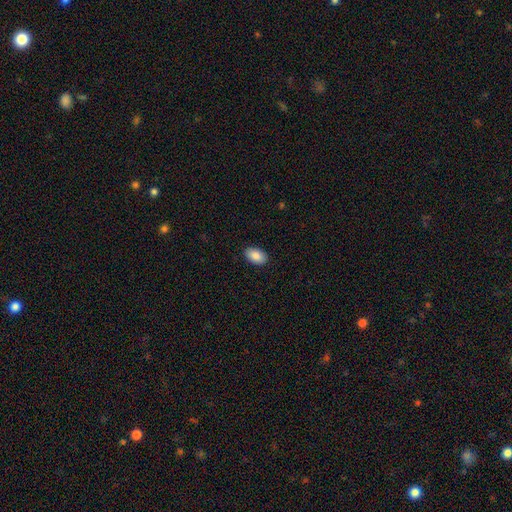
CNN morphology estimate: Smooth or featured? smooth (87%)
How rounded? in between (92%)
Merging? none (89%)